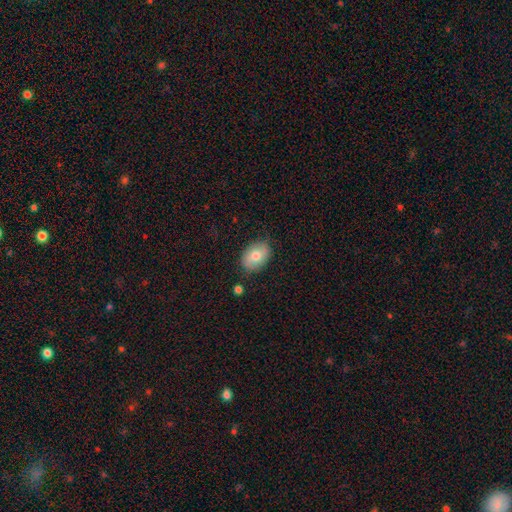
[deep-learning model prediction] Smooth or featured? smooth (74%)
How rounded? in between (84%)
Merging? none (82%)